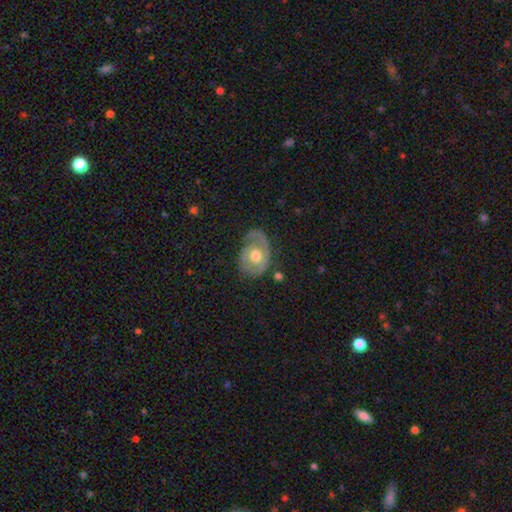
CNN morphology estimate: Smooth or featured? Predicted: featured or disk (p=0.71). Edge-on disk? Predicted: no (p=0.96). Bar? Predicted: no (p=0.78). Spiral arms? Predicted: yes (p=0.75). Spiral winding? Predicted: tight (p=0.53). Spiral arm count? Predicted: 1 (p=0.40). Bulge size? Predicted: moderate (p=0.74). Merging? Predicted: none (p=0.55).